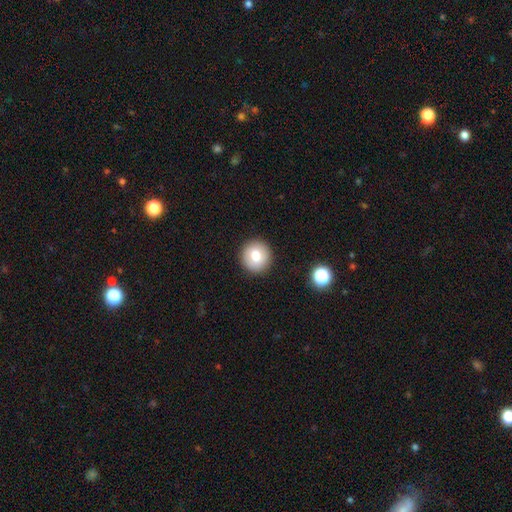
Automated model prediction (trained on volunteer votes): Overall: smooth (76%). How rounded: round (93%). Merging: none (91%).